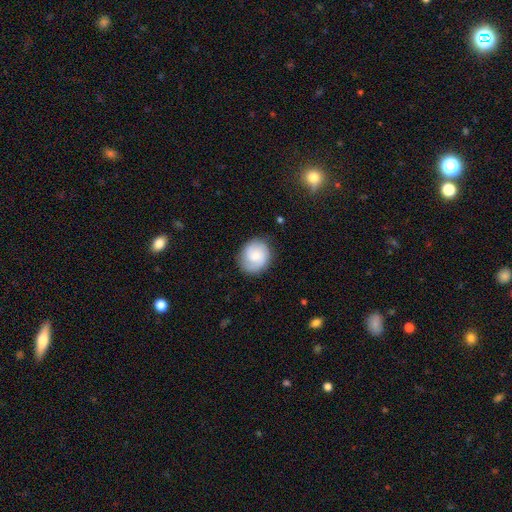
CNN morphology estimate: smooth 47%, featured or disk 46%, star or artifact 7%. Down the decision tree: merging — none (83%).